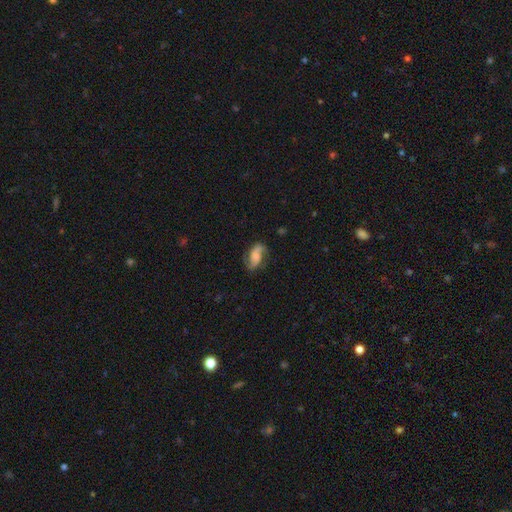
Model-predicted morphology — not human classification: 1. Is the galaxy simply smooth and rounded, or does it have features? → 79% featured or disk, 14% smooth, 7% star or artifact.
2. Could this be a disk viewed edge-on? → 97% no, 3% yes.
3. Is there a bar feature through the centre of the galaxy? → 50% no, 37% weak, 13% strong.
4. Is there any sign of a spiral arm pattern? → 96% yes, 4% no.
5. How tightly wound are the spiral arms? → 46% loose, 41% medium, 13% tight.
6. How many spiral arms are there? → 91% 2, 3% can't tell, 2% 1, 2% 3, 1% 4, 1% more than 4.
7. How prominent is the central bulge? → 32% small, 31% moderate, 24% none, 11% large, 2% dominant.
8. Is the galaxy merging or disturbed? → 76% none, 16% minor disturbance, 7% major disturbance, 2% merger.